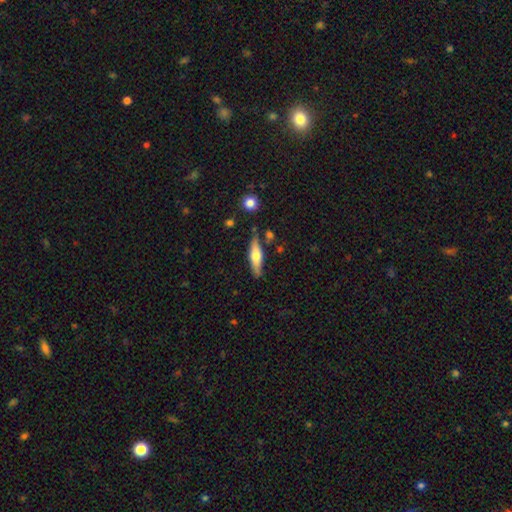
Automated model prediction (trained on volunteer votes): smooth 47% (tied), featured or disk 47% (tied), star or artifact 6%. Down the decision tree: merging — none (79%).